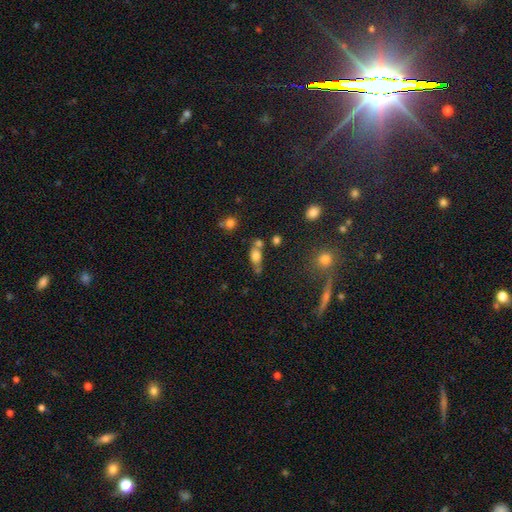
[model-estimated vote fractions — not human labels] This appears to be a smooth galaxy with no disk features (69%) that is in between round and cigar-shaped (67%). Merging: none (43%).